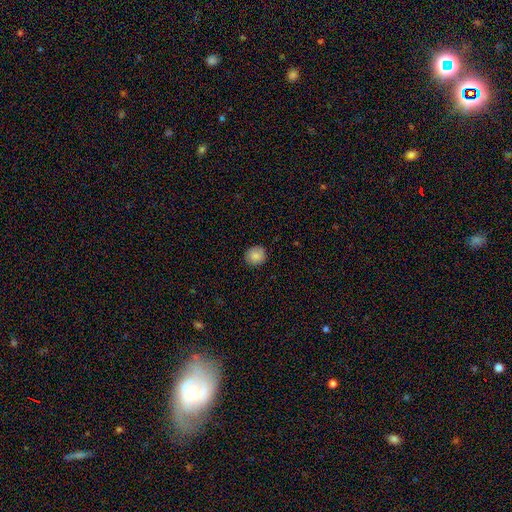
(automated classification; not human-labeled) Overall: smooth (86%). How rounded: round (90%). Merging: none (90%).